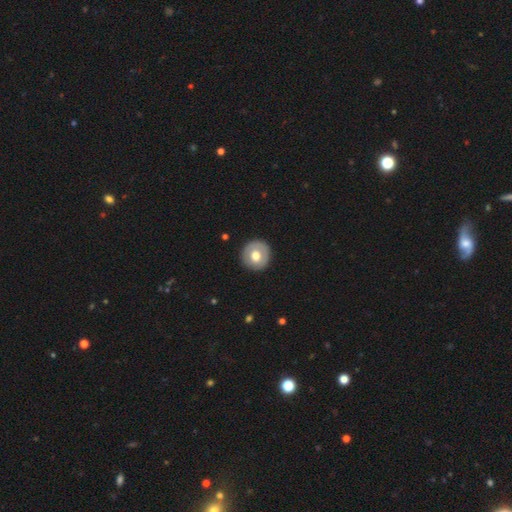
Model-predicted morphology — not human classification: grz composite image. It shows a smooth galaxy with no disk features (63%) that is round (93%). Merging: none (89%).